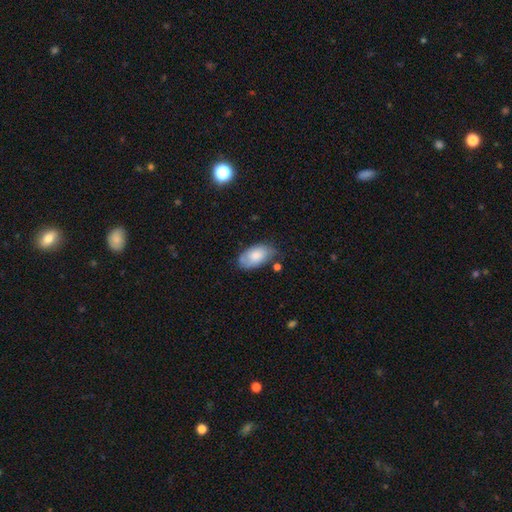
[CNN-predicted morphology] A smooth galaxy with no disk features (75%) that is in between round and cigar-shaped (94%).

Vote fractions:
- Smooth or featured? smooth: 75% / featured or disk: 19% / star or artifact: 6%
- How rounded? in between: 94% / round: 4% / cigar-shaped: 2%
- Merging? none: 62% / minor disturbance: 27% / major disturbance: 6% / merger: 5%